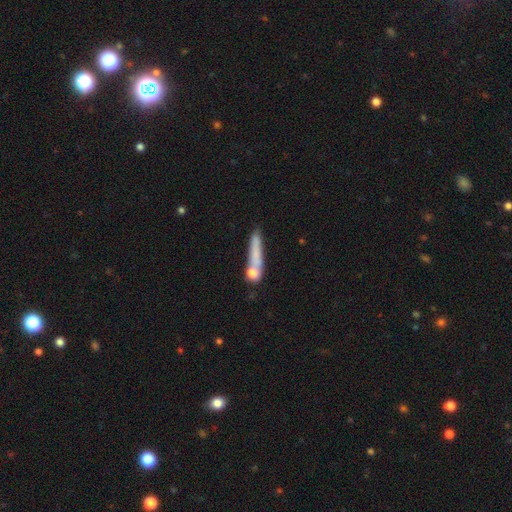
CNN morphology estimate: Smooth or featured?
  - smooth: 63% *
  - featured or disk: 27%
  - star or artifact: 10%
How rounded?
  - cigar-shaped: 81% *
  - in between: 12%
  - round: 7%
Merging?
  - none: 54% *
  - merger: 19%
  - minor disturbance: 17%
  - major disturbance: 9%